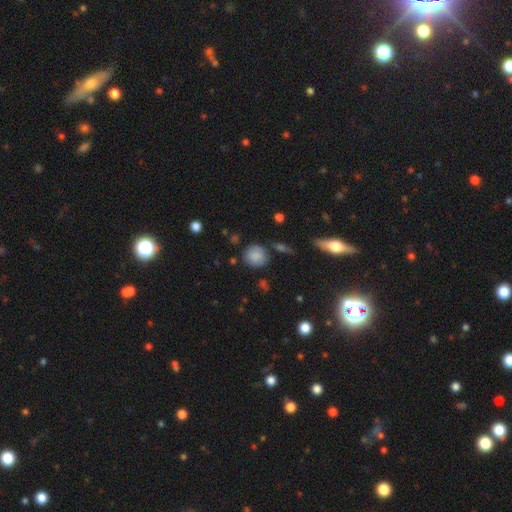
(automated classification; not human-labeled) Smooth or featured?
  - smooth: 84% *
  - star or artifact: 9%
  - featured or disk: 7%
How rounded?
  - round: 88% *
  - in between: 11%
  - cigar-shaped: 1%
Merging?
  - none: 78% *
  - minor disturbance: 14%
  - merger: 4%
  - major disturbance: 4%